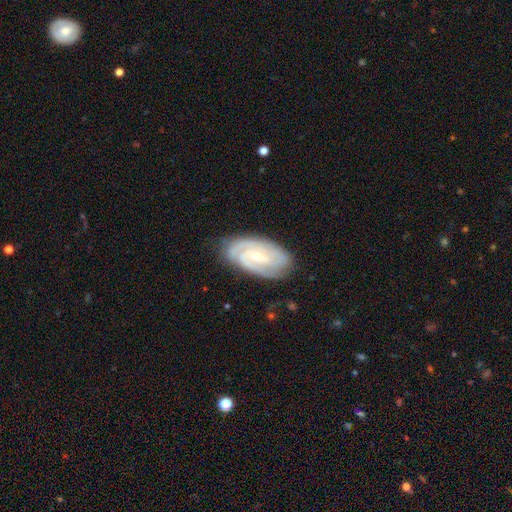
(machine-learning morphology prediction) Smooth or featured?
  - featured or disk: 85% *
  - smooth: 10%
  - star or artifact: 5%
Edge-on disk?
  - no: 96% *
  - yes: 4%
Bar?
  - no: 44% *
  - weak: 43%
  - strong: 13%
Spiral arms?
  - yes: 97% *
  - no: 3%
Spiral winding?
  - tight: 67% *
  - medium: 28%
  - loose: 5%
Spiral arm count?
  - 3: 31% *
  - 2: 29%
  - can't tell: 20%
  - 4: 11%
  - 1: 5%
  - more than 4: 5%
Bulge size?
  - small: 75% *
  - moderate: 21%
  - none: 3%
  - large: 1%
  - dominant: 1%
Merging?
  - none: 79% *
  - minor disturbance: 16%
  - major disturbance: 4%
  - merger: 1%